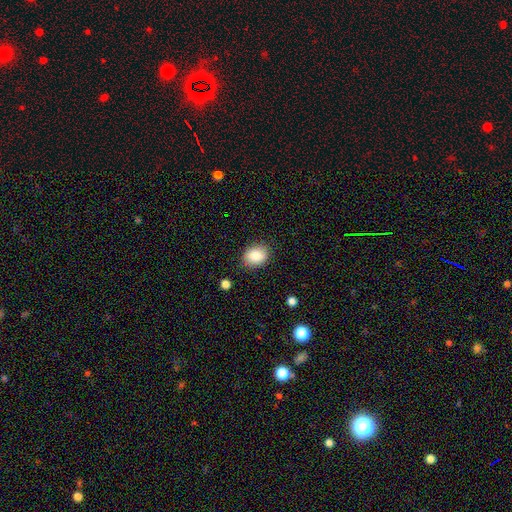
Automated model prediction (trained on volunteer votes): Smooth or featured?
  - smooth: 85% *
  - star or artifact: 8%
  - featured or disk: 7%
How rounded?
  - in between: 54% *
  - round: 46%
  - cigar-shaped: 1%
Merging?
  - none: 83% *
  - minor disturbance: 13%
  - major disturbance: 3%
  - merger: 1%